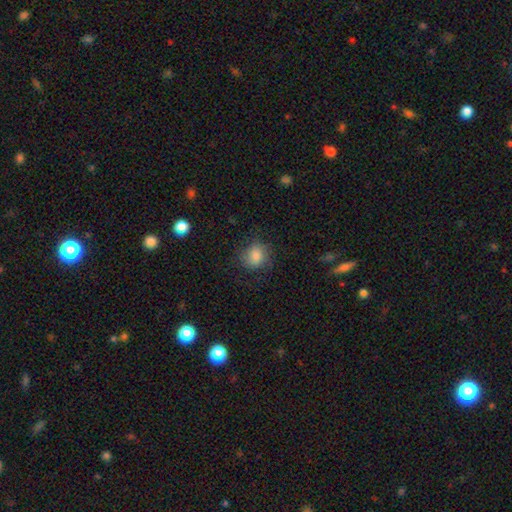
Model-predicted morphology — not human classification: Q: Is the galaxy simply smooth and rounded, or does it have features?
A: smooth — 80%.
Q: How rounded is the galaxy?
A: round — 73%.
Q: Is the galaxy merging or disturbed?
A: none — 76%.